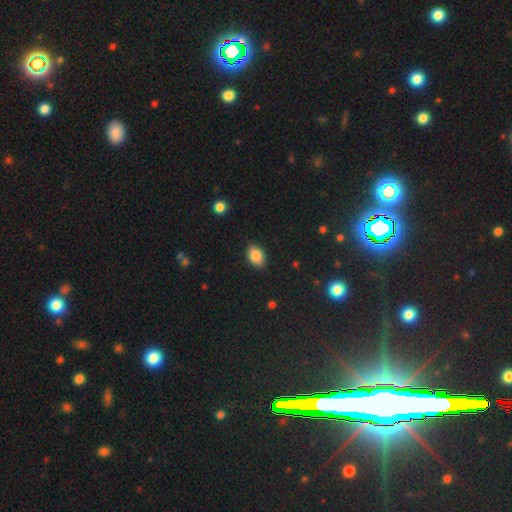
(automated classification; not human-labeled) Smooth or featured? Predicted: smooth (p=0.86). How rounded? Predicted: in between (p=0.84). Merging? Predicted: none (p=0.86).